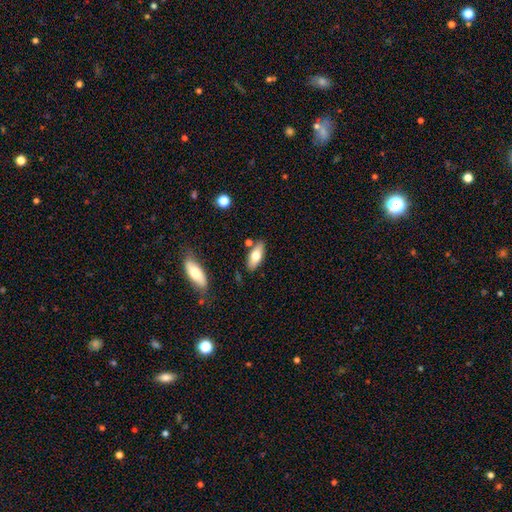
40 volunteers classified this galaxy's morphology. This appears to be a smooth galaxy with no disk features (57%) that is in between round and cigar-shaped (78%). Merging: none (84%).